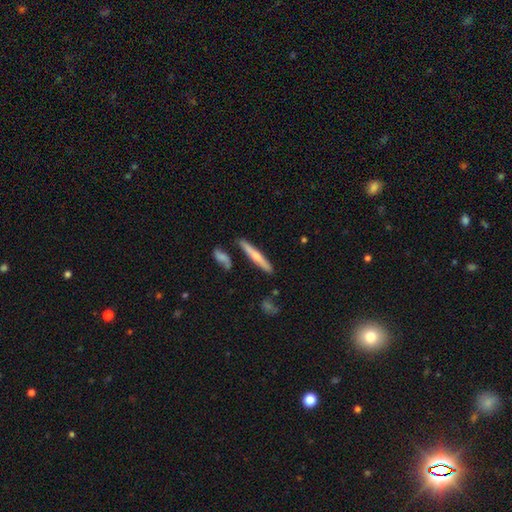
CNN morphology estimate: smooth-or-featured: smooth: 53% | featured or disk: 42% | star or artifact: 6%
  how-rounded: cigar-shaped: 93% | in between: 5% | round: 2%
  merging: none: 84% | minor disturbance: 10% | merger: 5% | major disturbance: 2%